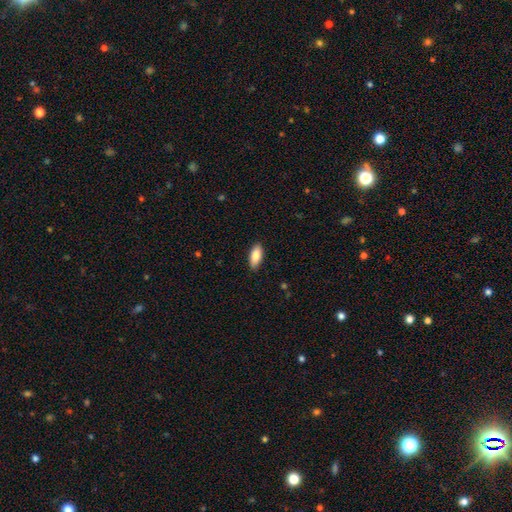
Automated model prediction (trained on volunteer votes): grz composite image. It shows a smooth galaxy with no disk features (85%) that is in between round and cigar-shaped (85%). Merging: none (88%).